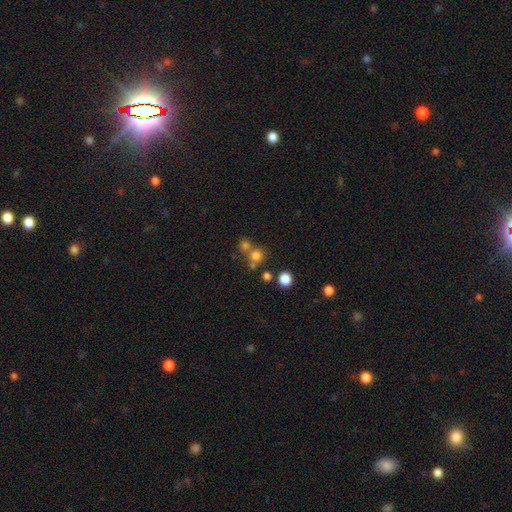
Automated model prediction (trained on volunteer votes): smooth-or-featured: smooth: 71% | star or artifact: 19% | featured or disk: 10%
  how-rounded: round: 90% | in between: 9% | cigar-shaped: 1%
  merging: none: 57% | merger: 33% | minor disturbance: 6% | major disturbance: 3%